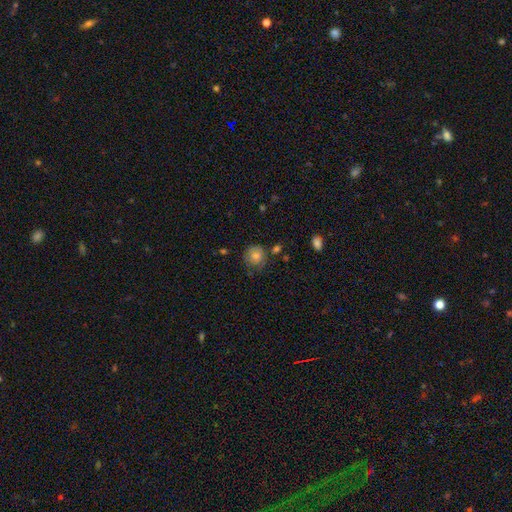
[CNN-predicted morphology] smooth-or-featured: smooth: 76% | featured or disk: 14% | star or artifact: 10%
  how-rounded: round: 88% | in between: 11% | cigar-shaped: 1%
  merging: none: 72% | minor disturbance: 19% | major disturbance: 5% | merger: 4%